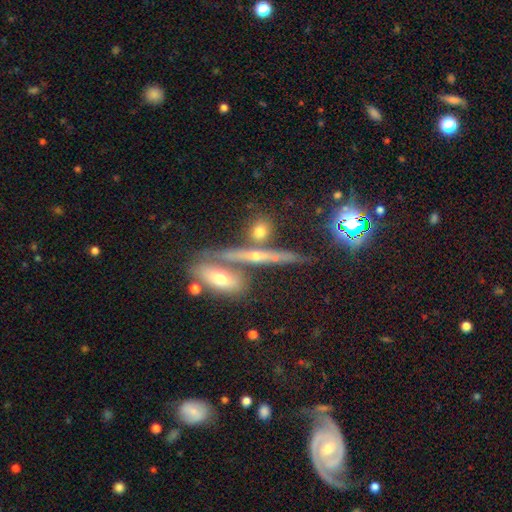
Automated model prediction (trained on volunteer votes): smooth_or_featured: featured or disk (p=0.51) [alt: smooth p=0.31]
disk_edge_on: yes (p=0.83) [alt: no p=0.17]
merging: none (p=0.63) [alt: merger p=0.21]